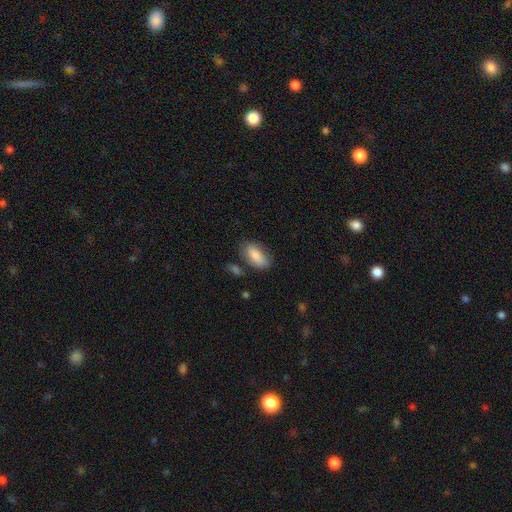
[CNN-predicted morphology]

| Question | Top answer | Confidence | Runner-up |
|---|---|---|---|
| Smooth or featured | smooth | 83% | featured or disk (10%) |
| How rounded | in between | 90% | cigar-shaped (7%) |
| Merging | none | 69% | minor disturbance (19%) |